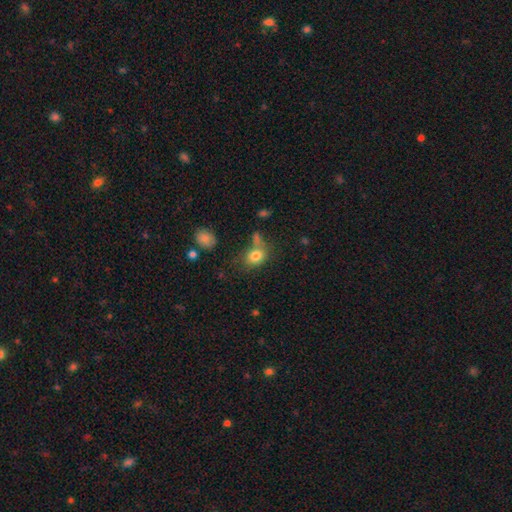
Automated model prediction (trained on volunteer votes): smooth-or-featured: smooth: 79% | star or artifact: 12% | featured or disk: 9%
  how-rounded: in between: 51% | round: 48% | cigar-shaped: 1%
  merging: none: 58% | minor disturbance: 17% | merger: 17% | major disturbance: 8%